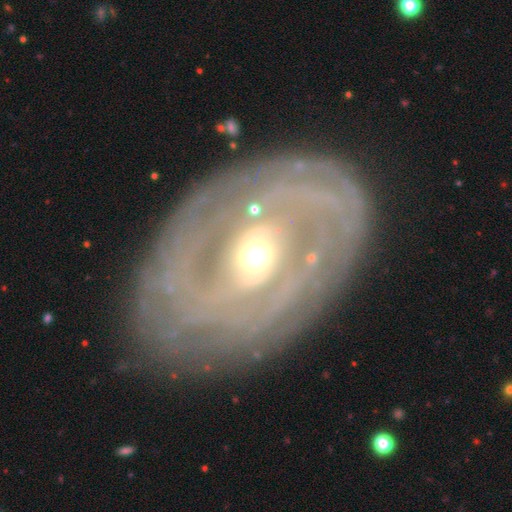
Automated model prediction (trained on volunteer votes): Smooth or featured? featured or disk (87%)
Edge-on disk? no (95%)
Bar? no (41%)
Spiral arms? yes (88%)
Spiral winding? tight (67%)
Spiral arm count? 2 (44%)
Bulge size? moderate (63%)
Merging? none (79%)